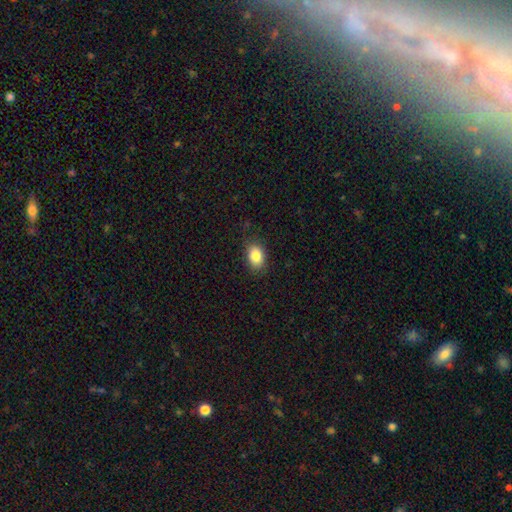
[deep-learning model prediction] Smooth or featured: smooth — 85% (star or artifact — 8%)
How rounded: in between — 81% (round — 18%)
Merging: none — 85% (minor disturbance — 12%)